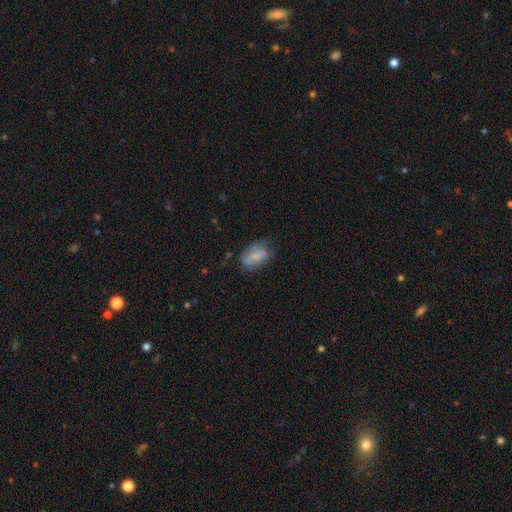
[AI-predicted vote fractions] Smooth or featured? smooth (56%)
How rounded? in between (88%)
Merging? none (50%)